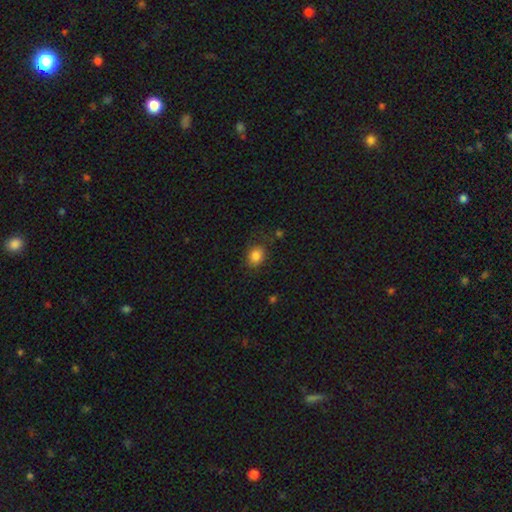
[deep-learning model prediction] Smooth or featured? smooth (84%)
How rounded? round (52%)
Merging? none (78%)